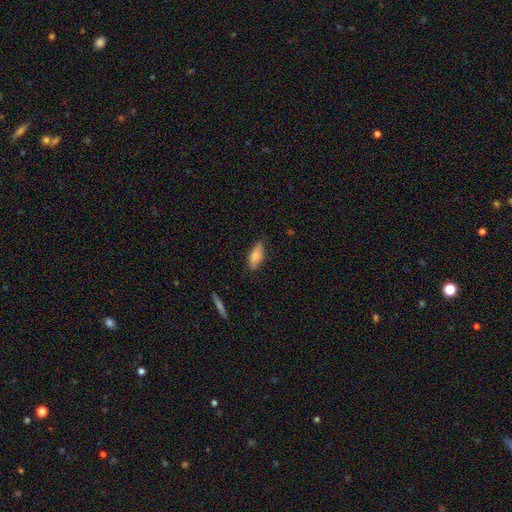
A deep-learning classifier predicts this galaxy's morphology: The model was most divided on "merging": none: 78%, minor disturbance: 18%, major disturbance: 3%, merger: 1%. More confident: smooth or featured — smooth (84%); how rounded — in between (81%).